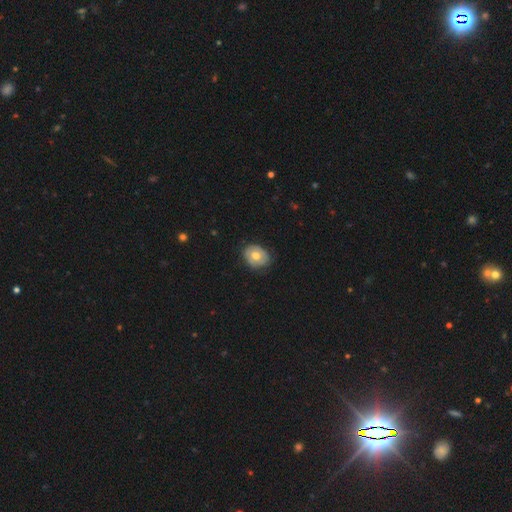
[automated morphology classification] Smooth or featured: smooth — 58% (featured or disk — 35%)
How rounded: round — 55% (in between — 44%)
Merging: none — 72% (minor disturbance — 22%)